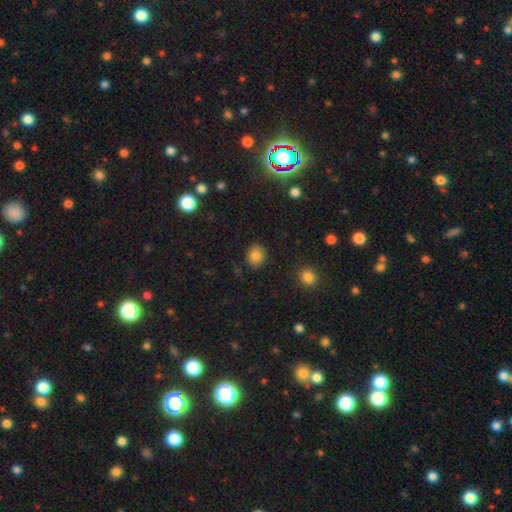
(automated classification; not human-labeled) smooth 83%, star or artifact 11%, featured or disk 6%. Down the decision tree: how rounded — round (64%); merging — none (87%).